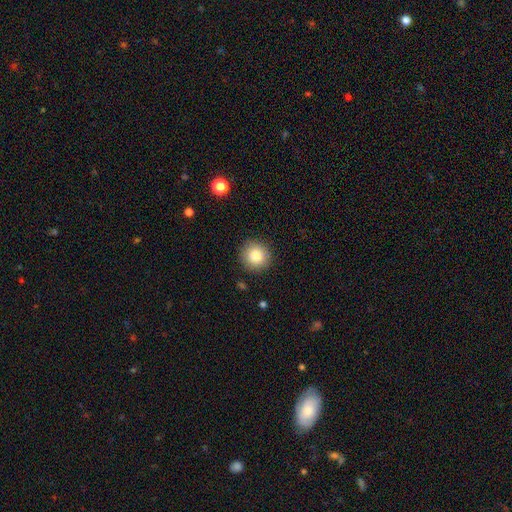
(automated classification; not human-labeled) Smooth or featured? Predicted: smooth (p=0.85). How rounded? Predicted: round (p=0.92). Merging? Predicted: none (p=0.90).